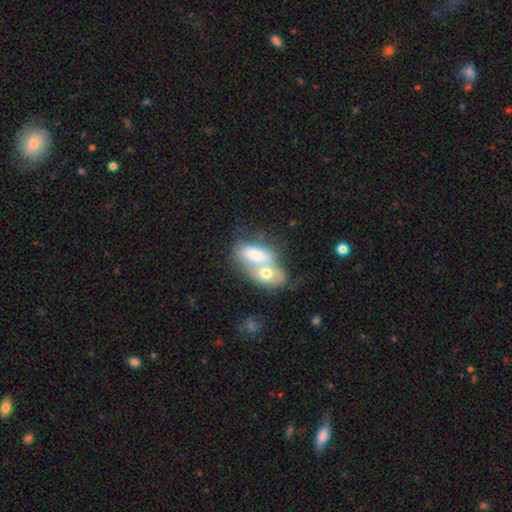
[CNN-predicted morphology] Smooth or featured? Predicted: smooth (p=0.67). How rounded? Predicted: in between (p=0.85). Merging? Predicted: merger (p=0.73).